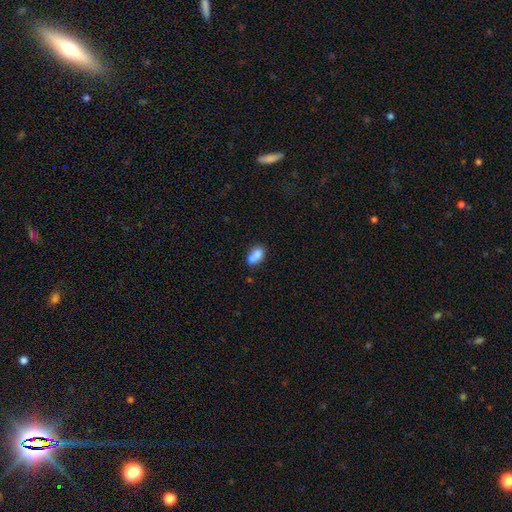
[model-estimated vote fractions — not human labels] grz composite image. It shows a smooth galaxy with no disk features (73%) that is in between round and cigar-shaped (73%). Merging: merger (55%).